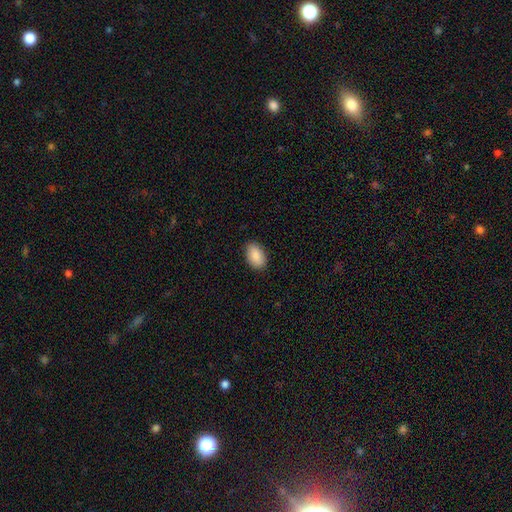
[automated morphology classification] Smooth or featured?
  - smooth: 89% *
  - star or artifact: 6%
  - featured or disk: 4%
How rounded?
  - in between: 92% *
  - round: 6%
  - cigar-shaped: 1%
Merging?
  - none: 88% *
  - minor disturbance: 9%
  - major disturbance: 2%
  - merger: 1%